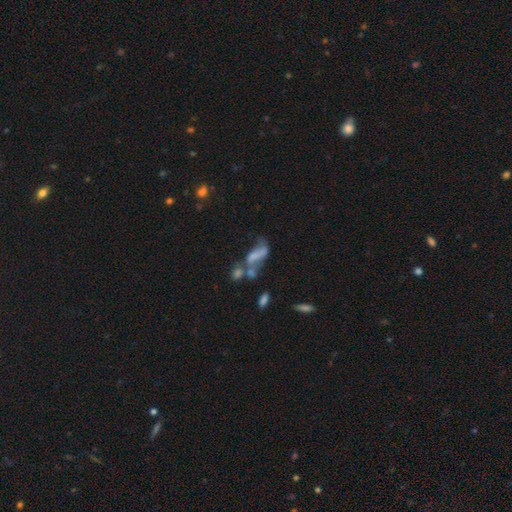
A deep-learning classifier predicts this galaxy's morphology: Smooth or featured? smooth (44%)
Merging? merger (41%)